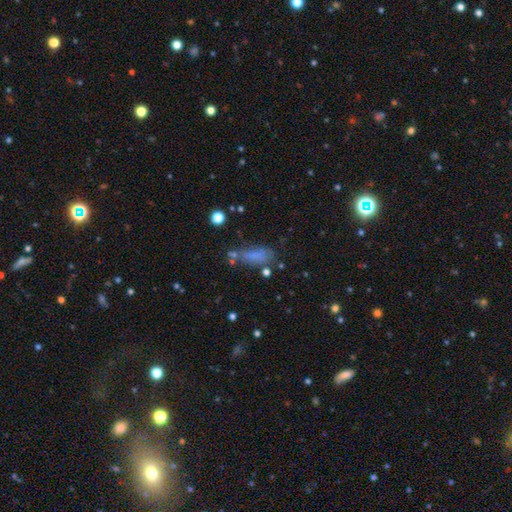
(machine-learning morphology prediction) smooth 65%, featured or disk 18%, star or artifact 17%. Down the decision tree: how rounded — in between (62%); merging — none (45%).